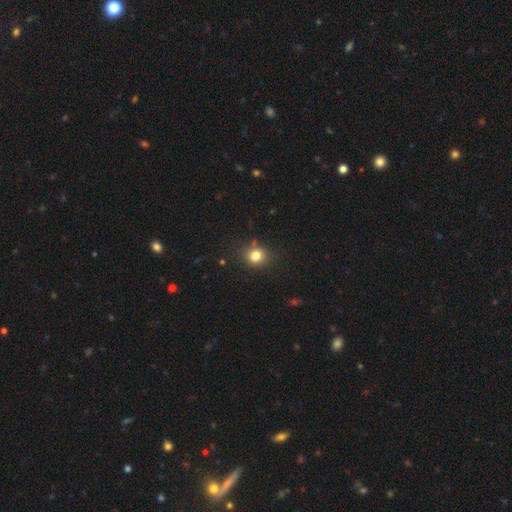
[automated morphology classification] This is likely a smooth galaxy (80%). How rounded: likely round (73%). Merging: clearly none (81%).